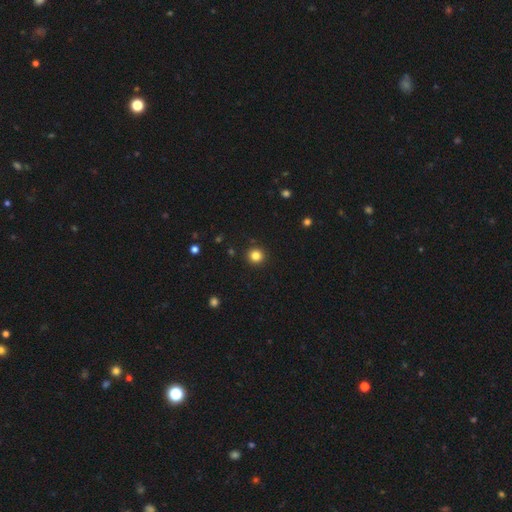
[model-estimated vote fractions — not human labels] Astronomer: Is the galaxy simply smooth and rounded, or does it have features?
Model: smooth — 83%.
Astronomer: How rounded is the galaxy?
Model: round — 94%.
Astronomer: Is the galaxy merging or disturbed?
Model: none — 92%.